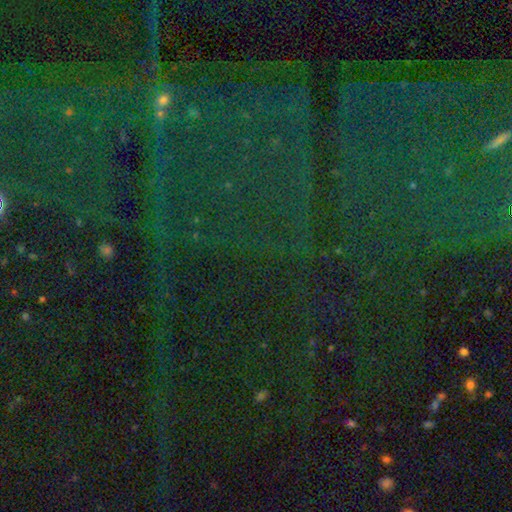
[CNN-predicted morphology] type=star or artifact (84%).